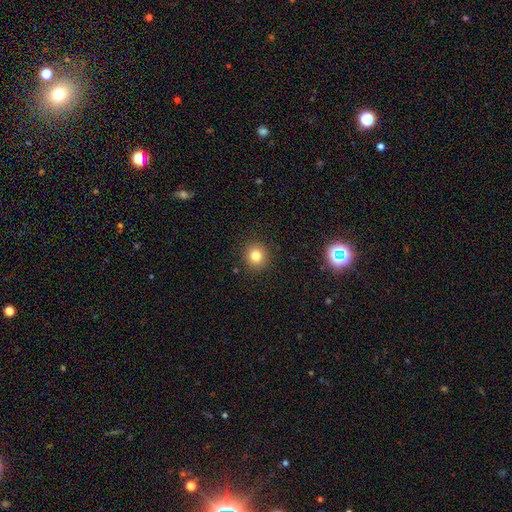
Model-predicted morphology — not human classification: Smooth or featured? smooth (82%)
How rounded? round (90%)
Merging? none (90%)